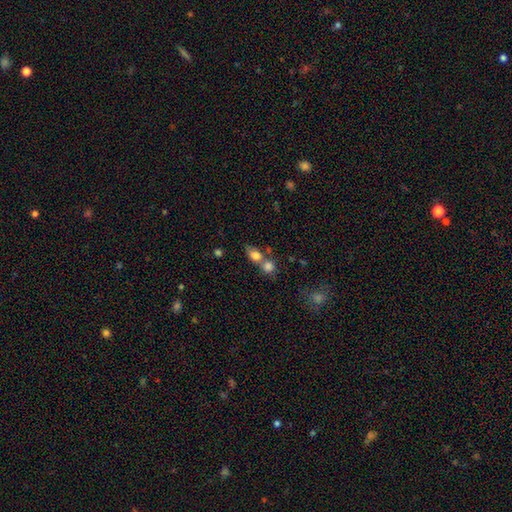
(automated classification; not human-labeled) smooth-or-featured: smooth: 77% | featured or disk: 13% | star or artifact: 10%
  how-rounded: in between: 64% | round: 32% | cigar-shaped: 4%
  merging: merger: 54% | none: 32% | minor disturbance: 9% | major disturbance: 5%